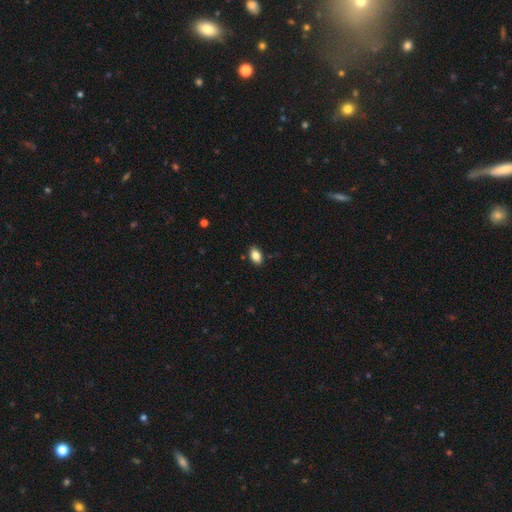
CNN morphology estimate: A smooth galaxy with no disk features (85%) that is in between round and cigar-shaped (90%).

Vote fractions:
- Smooth or featured? smooth: 85% / star or artifact: 8% / featured or disk: 7%
- How rounded? in between: 90% / round: 8% / cigar-shaped: 2%
- Merging? none: 87% / minor disturbance: 10% / major disturbance: 2% / merger: 1%